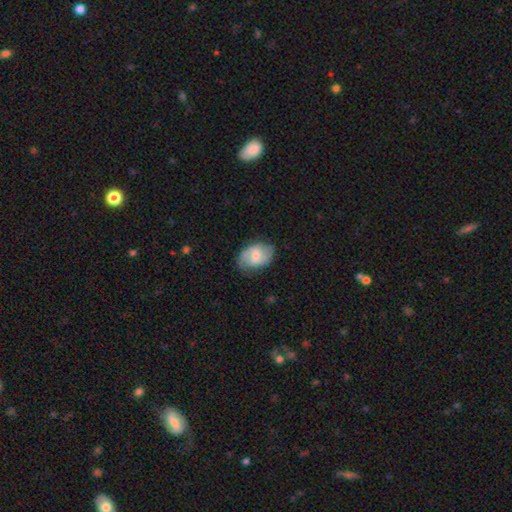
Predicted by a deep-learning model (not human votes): The model was most divided on "bulge size": small: 49%, moderate: 44%, none: 4%, large: 2%, dominant: 1%. Remaining: edge-on disk — no (97%); spiral arms — yes (89%); spiral arm count — 2 (84%); merging — none (76%); smooth or featured — featured or disk (63%); bar — weak (53%); spiral winding — medium (48%).